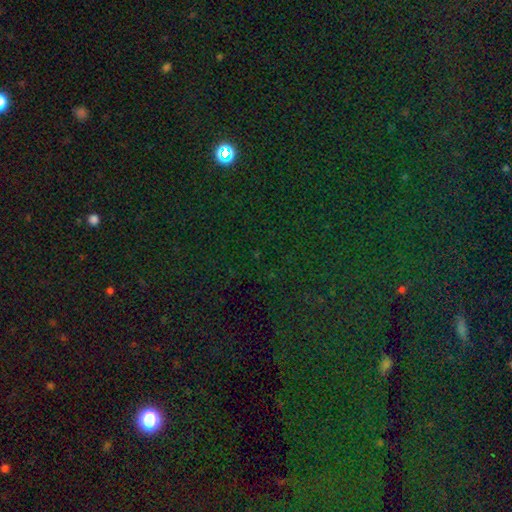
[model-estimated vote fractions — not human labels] A star or artifact, not a galaxy (80%).

Vote fractions:
- Smooth or featured? star or artifact: 80% / smooth: 12% / featured or disk: 7%